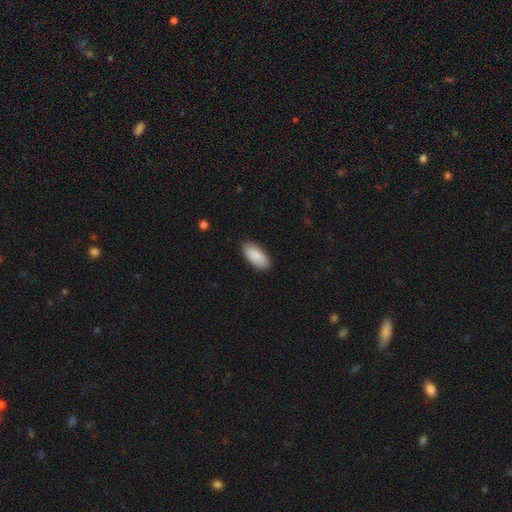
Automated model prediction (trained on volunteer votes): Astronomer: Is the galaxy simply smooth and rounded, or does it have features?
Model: smooth — 91%.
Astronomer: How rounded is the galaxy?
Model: in between — 92%.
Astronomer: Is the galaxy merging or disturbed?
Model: none — 88%.